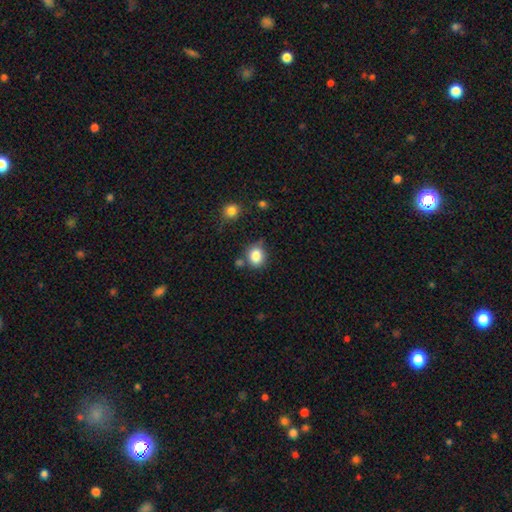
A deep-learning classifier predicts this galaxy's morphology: Smooth or featured: smooth — 84% (star or artifact — 10%)
How rounded: round — 71% (in between — 29%)
Merging: none — 70% (minor disturbance — 16%)